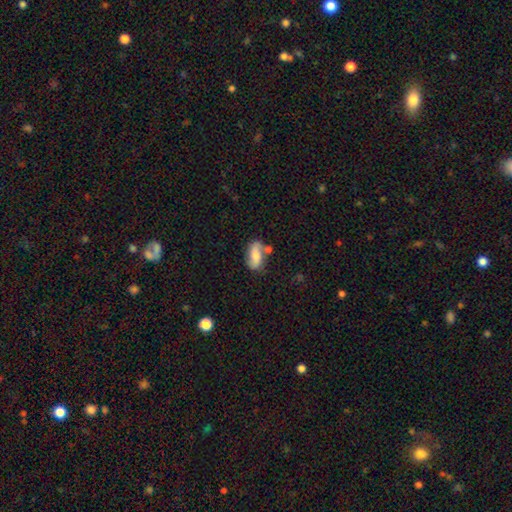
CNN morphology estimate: Smooth or featured?
  - featured or disk: 50% *
  - smooth: 42%
  - star or artifact: 8%
Edge-on disk?
  - no: 91% *
  - yes: 9%
Merging?
  - none: 62% *
  - minor disturbance: 19%
  - merger: 13%
  - major disturbance: 6%